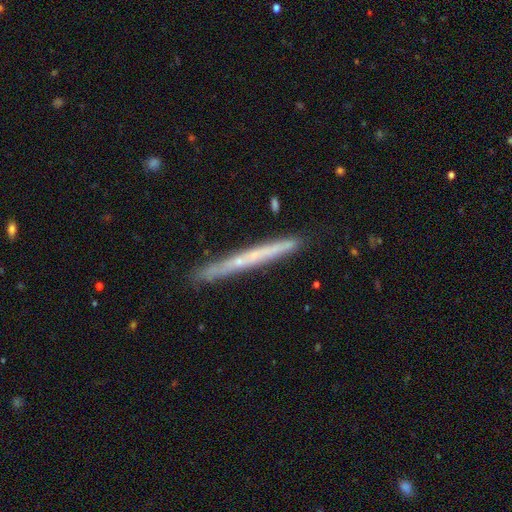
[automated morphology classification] A featured or disk galaxy (58%) viewed edge-on (96%) with no central bulge (75%).

Vote fractions:
- Smooth or featured? featured or disk: 58% / smooth: 36% / star or artifact: 7%
- Edge-on disk? yes: 96% / no: 4%
- Edge-on bulge? none: 75% / rounded: 22% / boxy: 4%
- Merging? none: 88% / minor disturbance: 9% / major disturbance: 1% / merger: 1%